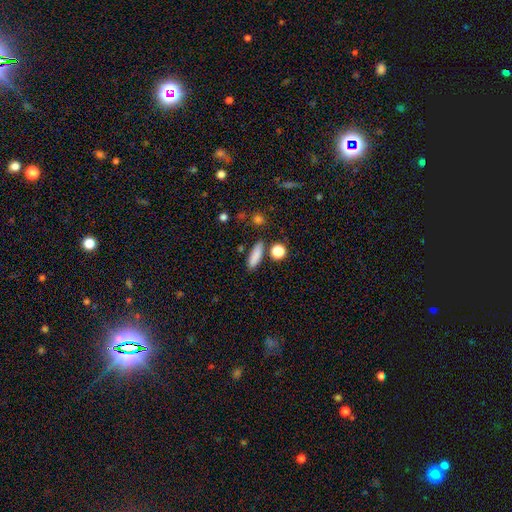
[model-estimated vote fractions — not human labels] Smooth or featured? smooth (85%)
How rounded? cigar-shaped (50%)
Merging? none (82%)